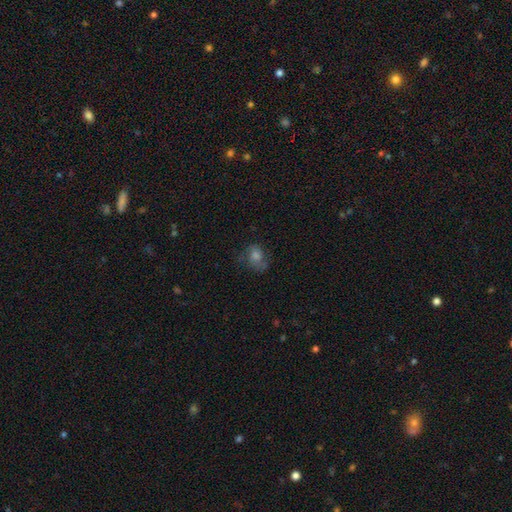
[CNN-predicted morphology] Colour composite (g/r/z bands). It shows a smooth galaxy with no disk features (51%) that is round (53%). Merging: none (59%).